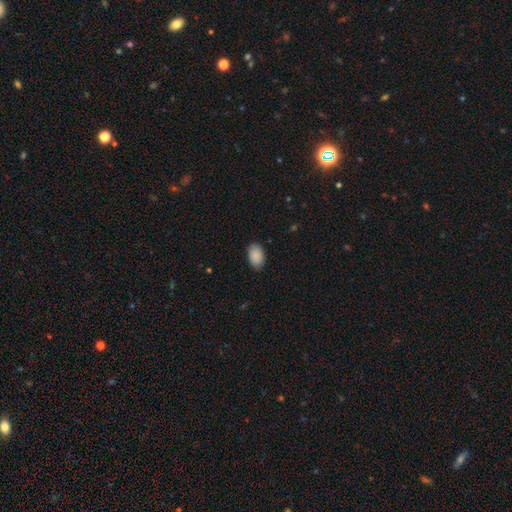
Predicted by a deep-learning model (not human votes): A smooth galaxy with no disk features (90%) that is in between round and cigar-shaped (90%).

Vote fractions:
- Smooth or featured? smooth: 90% / star or artifact: 6% / featured or disk: 3%
- How rounded? in between: 90% / round: 9% / cigar-shaped: 1%
- Merging? none: 86% / minor disturbance: 11% / major disturbance: 2% / merger: 1%